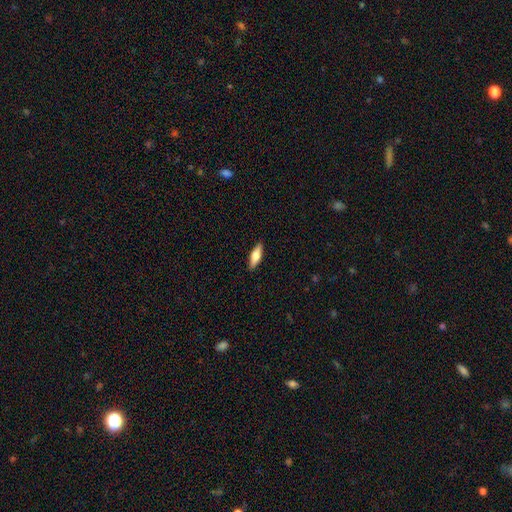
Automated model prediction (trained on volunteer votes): Q: Smooth or featured?
A: smooth (63%); runner-up: featured or disk (32%)
Q: How rounded?
A: in between (51%); runner-up: cigar-shaped (47%)
Q: Merging?
A: none (90%); runner-up: minor disturbance (8%)